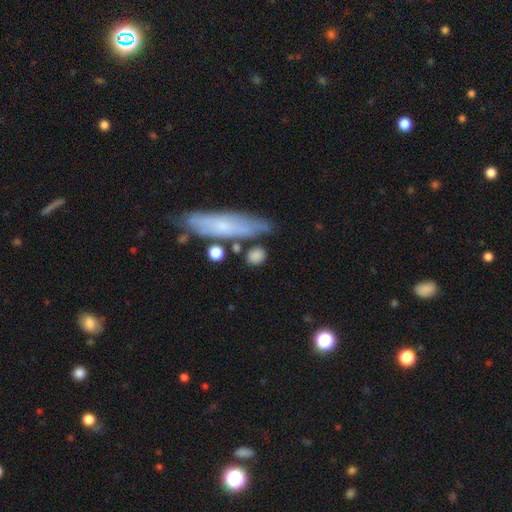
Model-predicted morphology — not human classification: Q: Smooth or featured?
A: smooth (80%); runner-up: featured or disk (13%)
Q: How rounded?
A: round (53%); runner-up: in between (34%)
Q: Merging?
A: none (69%); runner-up: minor disturbance (16%)